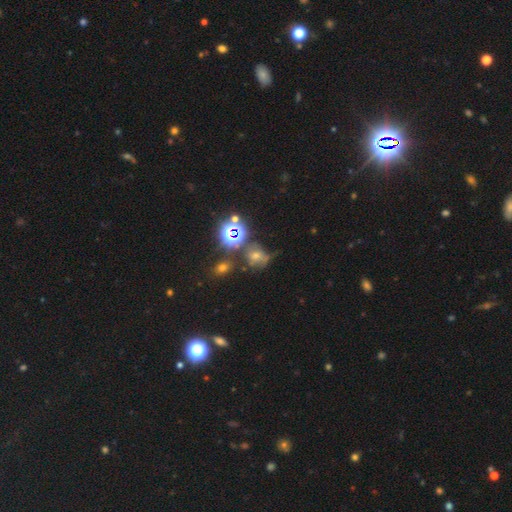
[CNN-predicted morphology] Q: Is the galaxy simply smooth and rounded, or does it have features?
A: star or artifact — 50%.